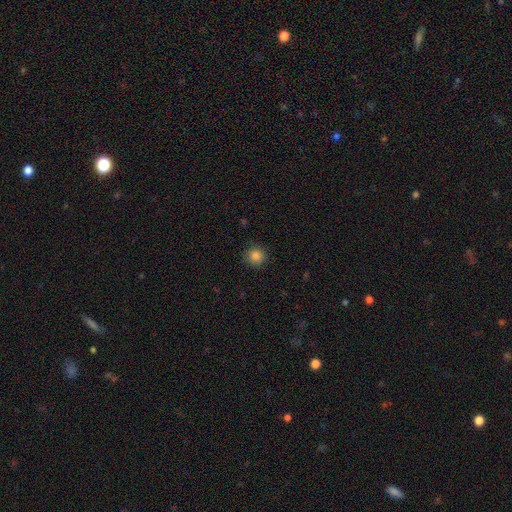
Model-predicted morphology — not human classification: smooth-or-featured: smooth: 84% | star or artifact: 11% | featured or disk: 4%
  how-rounded: round: 93% | in between: 6% | cigar-shaped: 1%
  merging: none: 89% | minor disturbance: 8% | major disturbance: 2% | merger: 1%